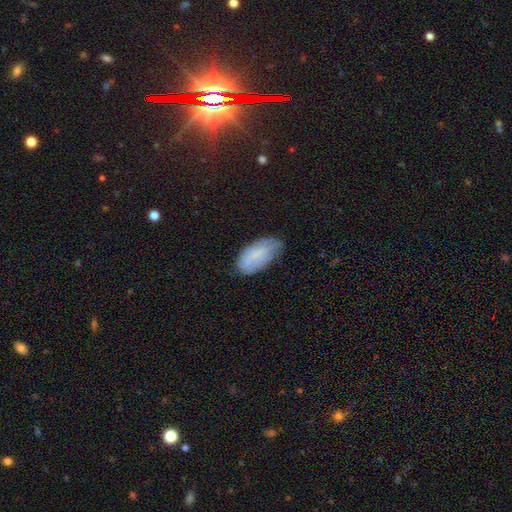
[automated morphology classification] A smooth galaxy with no disk features (73%) that is in between round and cigar-shaped (93%).

Vote fractions:
- Smooth or featured? smooth: 73% / featured or disk: 19% / star or artifact: 8%
- How rounded? in between: 93% / cigar-shaped: 4% / round: 2%
- Merging? none: 60% / minor disturbance: 31% / major disturbance: 7% / merger: 2%